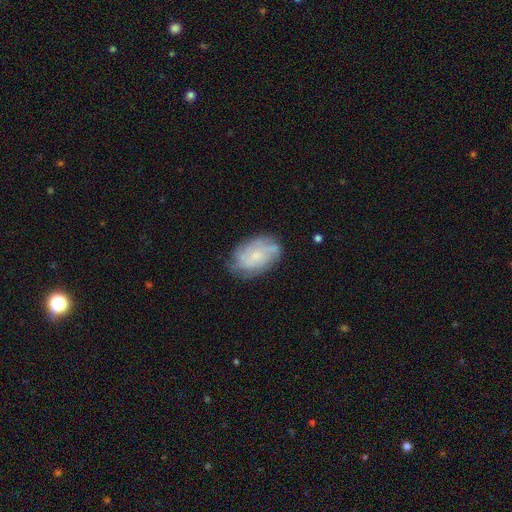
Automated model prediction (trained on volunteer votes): Smooth or featured? Predicted: featured or disk (p=0.64). Edge-on disk? Predicted: no (p=0.97). Bar? Predicted: no (p=0.75). Spiral arms? Predicted: yes (p=0.85). Spiral winding? Predicted: tight (p=0.52). Spiral arm count? Predicted: can't tell (p=0.46). Bulge size? Predicted: small (p=0.60). Merging? Predicted: none (p=0.71).